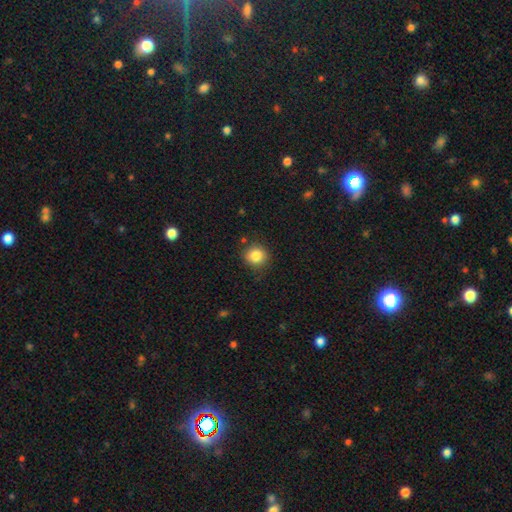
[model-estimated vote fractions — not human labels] A smooth galaxy with no disk features (84%) that is round (89%).

Vote fractions:
- Smooth or featured? smooth: 84% / star or artifact: 10% / featured or disk: 5%
- How rounded? round: 89% / in between: 10% / cigar-shaped: 1%
- Merging? none: 85% / minor disturbance: 10% / major disturbance: 3% / merger: 2%